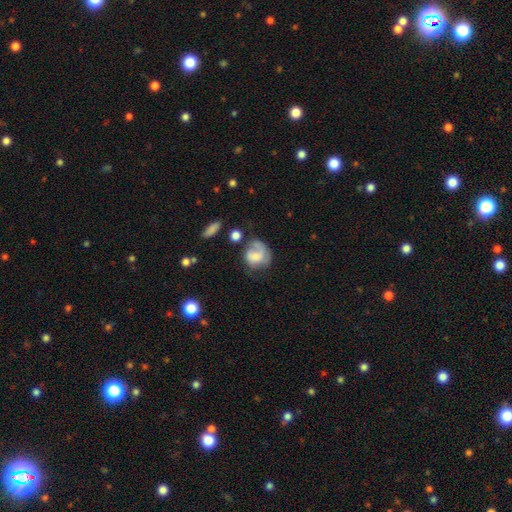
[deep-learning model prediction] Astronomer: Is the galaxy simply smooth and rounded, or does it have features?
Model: smooth — 52% (runner-up: featured or disk, 39%).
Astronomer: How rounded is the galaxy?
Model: round — 66%.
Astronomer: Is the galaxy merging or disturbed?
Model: none — 39% (runner-up: minor disturbance, 27%).